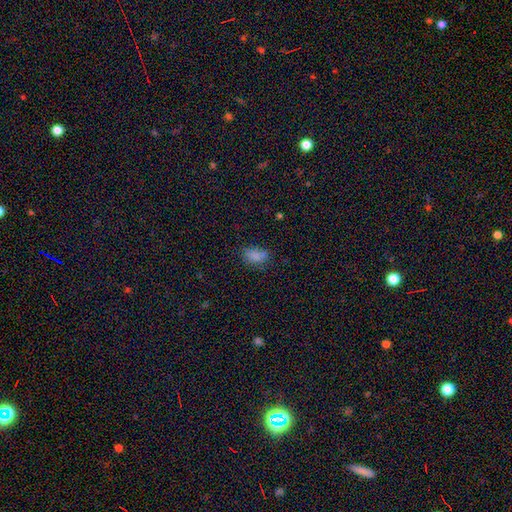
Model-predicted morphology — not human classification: The model was most divided on "merging": none: 61%, minor disturbance: 24%, major disturbance: 9%, merger: 6%. More confident: how rounded — in between (84%); smooth or featured — smooth (76%).